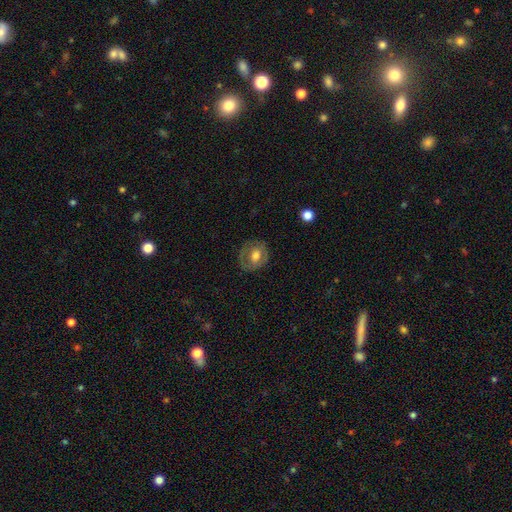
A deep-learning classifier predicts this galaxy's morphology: Smooth or featured? Predicted: smooth (p=0.48). Merging? Predicted: none (p=0.78).